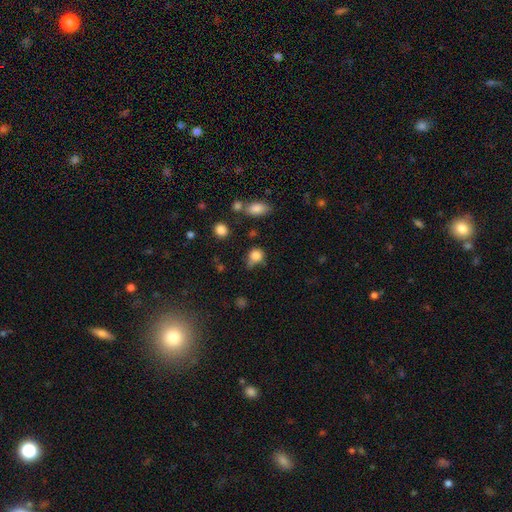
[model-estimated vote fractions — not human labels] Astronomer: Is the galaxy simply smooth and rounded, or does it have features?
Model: smooth — 82%.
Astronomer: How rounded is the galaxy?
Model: round — 75%.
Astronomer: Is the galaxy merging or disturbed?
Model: none — 48% (runner-up: minor disturbance, 31%).